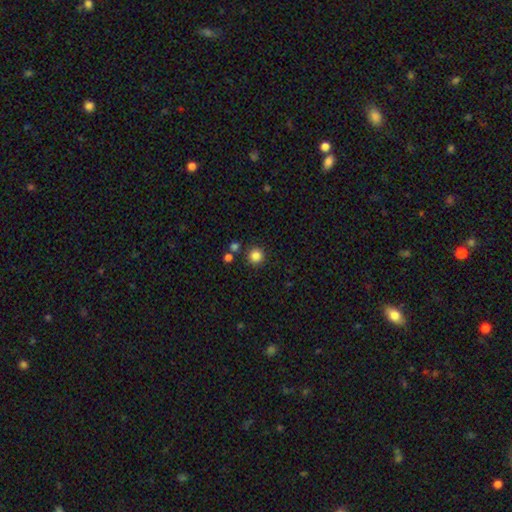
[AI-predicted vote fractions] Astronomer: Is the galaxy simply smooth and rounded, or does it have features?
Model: smooth — 85%.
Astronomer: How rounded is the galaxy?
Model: round — 94%.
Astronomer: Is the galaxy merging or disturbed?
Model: none — 87%.